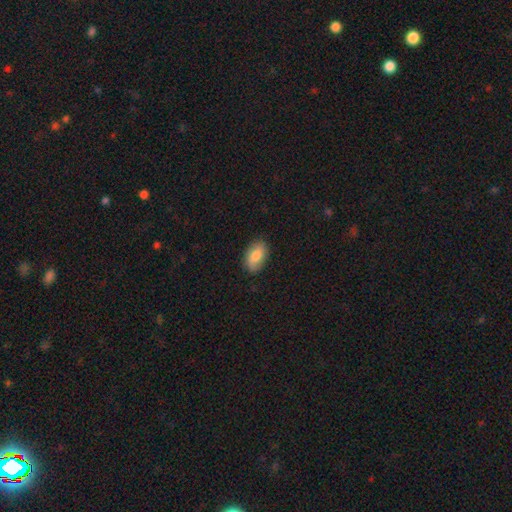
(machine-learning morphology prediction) Overall: smooth (77%). How rounded: in between (92%). Merging: none (84%).